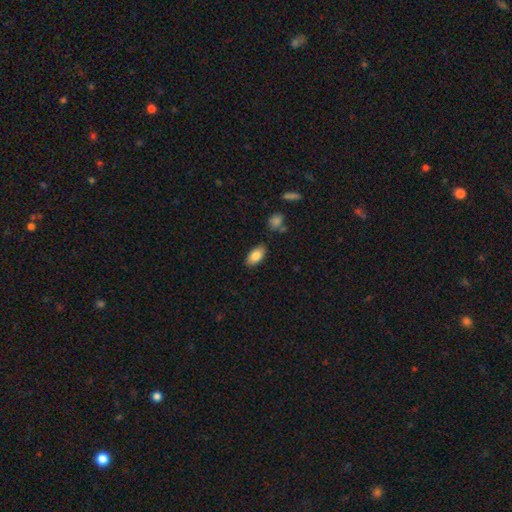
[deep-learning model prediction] The model was most divided on "merging": none: 84%, minor disturbance: 12%, major disturbance: 2%, merger: 2%. More confident: how rounded — in between (92%); smooth or featured — smooth (85%).